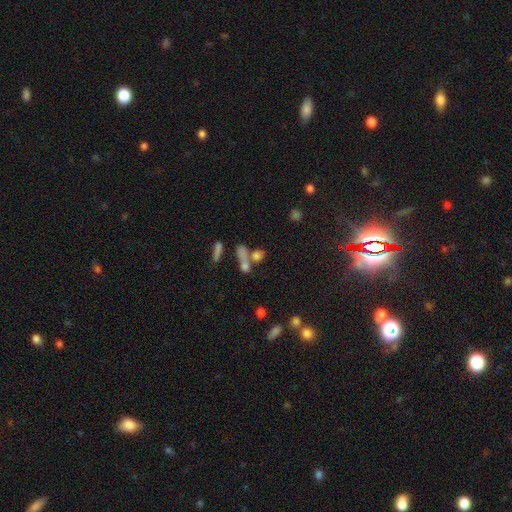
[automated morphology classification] Smooth or featured?
  - smooth: 62% *
  - star or artifact: 22%
  - featured or disk: 15%
How rounded?
  - in between: 44% *
  - round: 43%
  - cigar-shaped: 13%
Merging?
  - none: 43% *
  - merger: 41%
  - minor disturbance: 9%
  - major disturbance: 7%